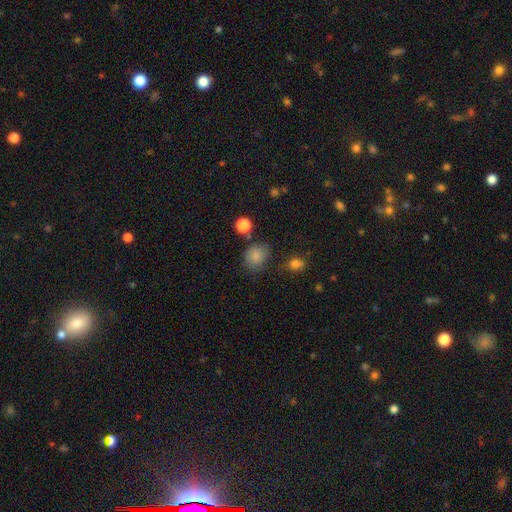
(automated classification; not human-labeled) Morphology: type=smooth (81%); roundness=round (66%); merging=none (71%).